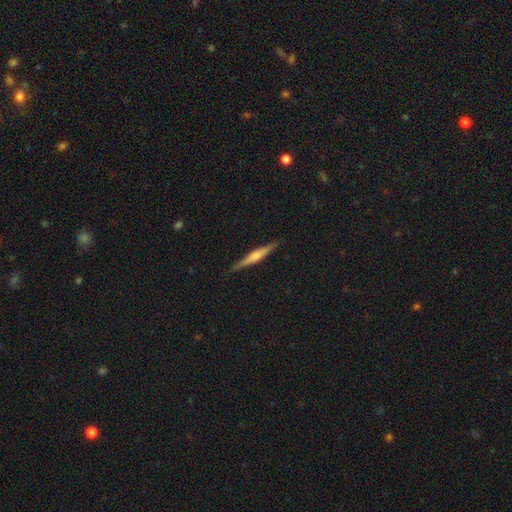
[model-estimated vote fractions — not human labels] Smooth or featured? Predicted: featured or disk (p=0.62). Edge-on disk? Predicted: yes (p=0.98). Edge-on bulge? Predicted: rounded (p=0.73). Merging? Predicted: none (p=0.89).